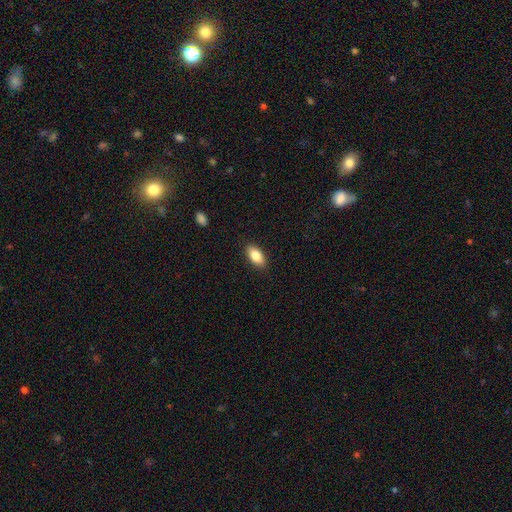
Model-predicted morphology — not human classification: Smooth or featured? Predicted: smooth (p=0.84). How rounded? Predicted: in between (p=0.91). Merging? Predicted: none (p=0.88).